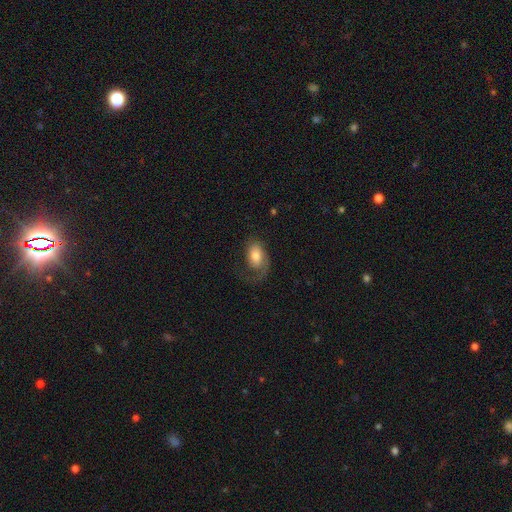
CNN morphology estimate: A smooth galaxy with no disk features (53%) that is in between round and cigar-shaped (86%). Merging: none (41%).